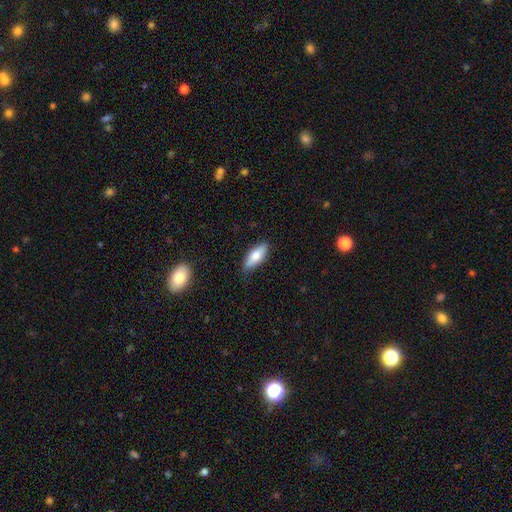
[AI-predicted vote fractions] This is likely a smooth galaxy (71%). How rounded: likely in between (71%). Merging: likely none (79%).